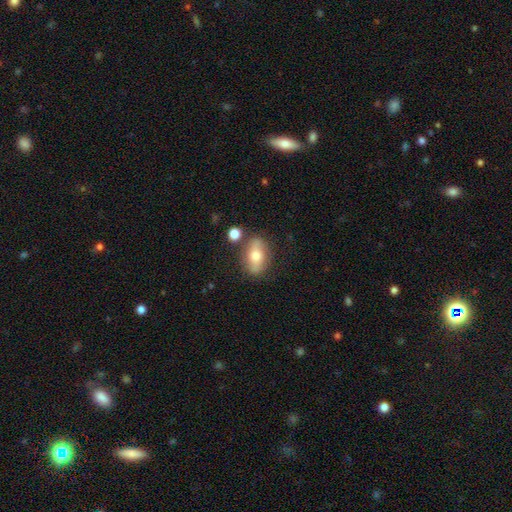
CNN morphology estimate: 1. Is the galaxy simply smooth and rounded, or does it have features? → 57% smooth, 36% featured or disk, 8% star or artifact.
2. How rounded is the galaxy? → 81% in between, 12% round, 7% cigar-shaped.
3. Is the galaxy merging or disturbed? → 76% none, 14% minor disturbance, 6% merger, 4% major disturbance.